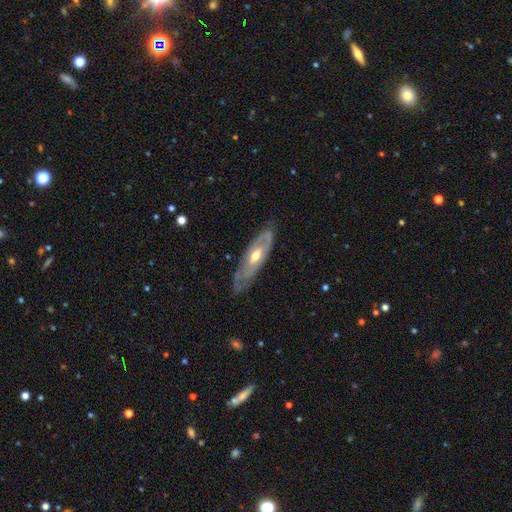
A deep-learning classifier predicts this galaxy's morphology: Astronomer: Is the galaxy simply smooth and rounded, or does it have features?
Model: featured or disk — 70%.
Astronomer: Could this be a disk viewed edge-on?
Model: no — 71%.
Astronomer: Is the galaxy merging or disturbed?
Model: none — 68%.